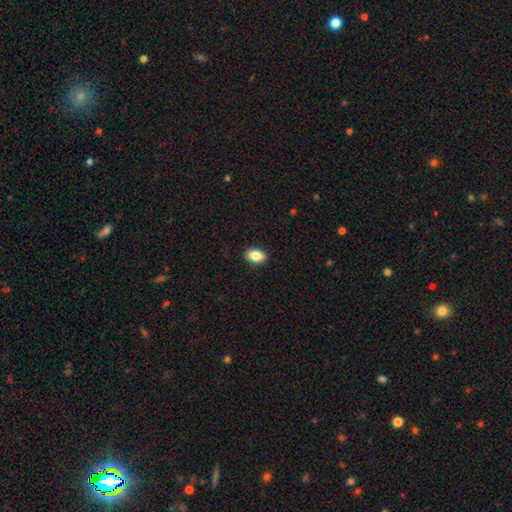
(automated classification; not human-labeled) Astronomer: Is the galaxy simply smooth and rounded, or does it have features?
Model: smooth — 85%.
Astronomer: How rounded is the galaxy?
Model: in between — 86%.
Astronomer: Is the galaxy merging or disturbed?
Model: none — 90%.